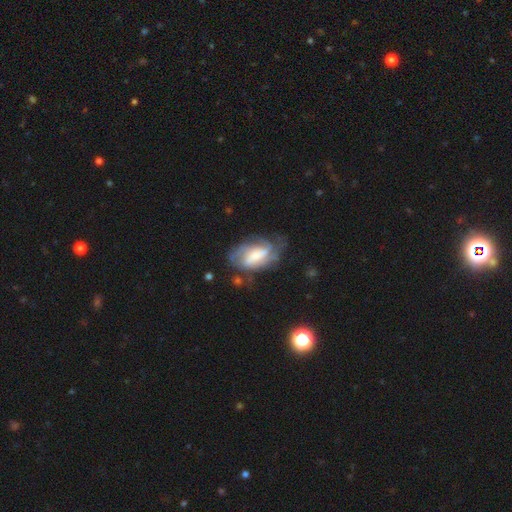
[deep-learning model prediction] This is likely a featured or disk galaxy (65%). It is clearly not viewed edge-on (95%). Bar: marginally no (37%). Spiral arm pattern: clearly yes (82%). Spiral arm count: marginally can't tell (33%, tied with 2). Spiral winding: marginally medium (42%). Central bulge: marginally large (32%). Merging: possibly none (46%).